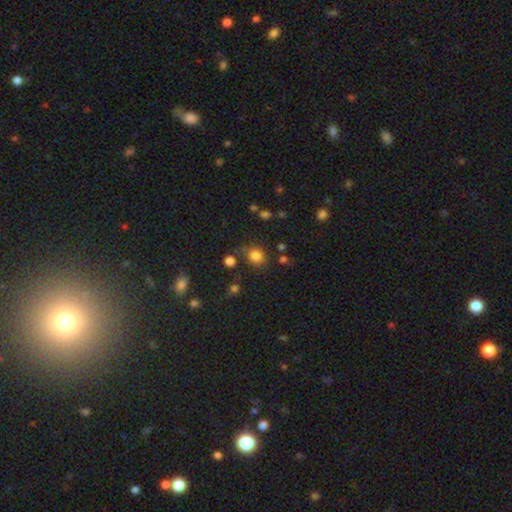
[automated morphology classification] A smooth galaxy with no disk features (80%) that is round (80%).

Vote fractions:
- Smooth or featured? smooth: 80% / star or artifact: 14% / featured or disk: 6%
- How rounded? round: 80% / in between: 19% / cigar-shaped: 1%
- Merging? none: 72% / minor disturbance: 14% / merger: 8% / major disturbance: 6%